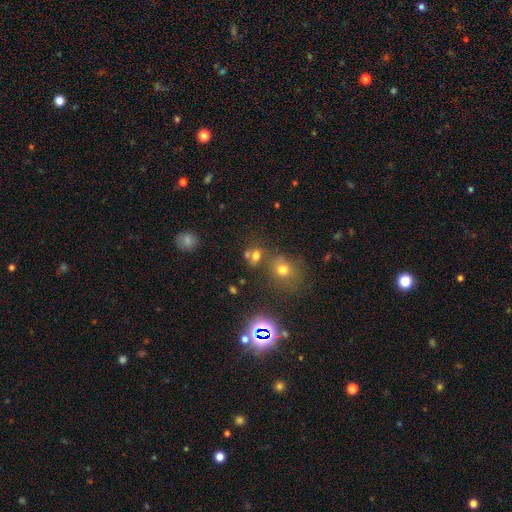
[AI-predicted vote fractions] Smooth or featured? smooth (64%)
How rounded? round (57%)
Merging? none (48%)